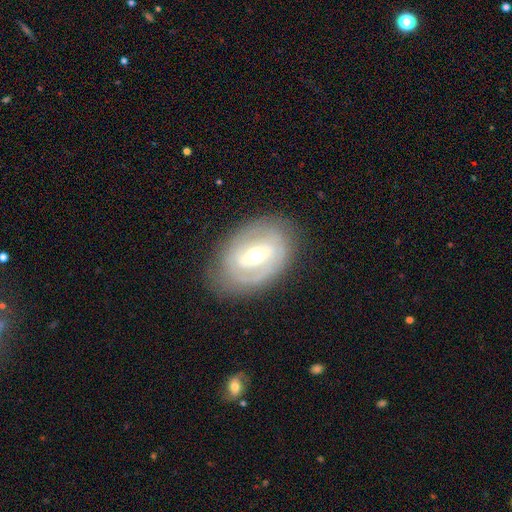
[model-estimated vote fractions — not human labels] smooth_or_featured: featured or disk (p=0.75) [alt: smooth p=0.19]
disk_edge_on: no (p=0.94) [alt: yes p=0.06]
bar: weak (p=0.44) [alt: strong p=0.38]
has_spiral_arms: yes (p=0.69) [alt: no p=0.31]
bulge_size: moderate (p=0.71) [alt: small p=0.18]
merging: none (p=0.76) [alt: minor disturbance p=0.16]